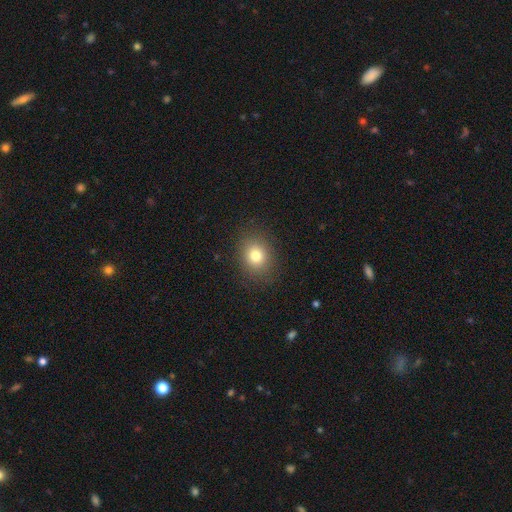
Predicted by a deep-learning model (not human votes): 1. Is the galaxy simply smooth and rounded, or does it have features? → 79% smooth, 13% star or artifact, 9% featured or disk.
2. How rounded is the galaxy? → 59% round, 40% in between, 1% cigar-shaped.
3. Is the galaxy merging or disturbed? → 87% none, 9% minor disturbance, 3% major disturbance, 1% merger.